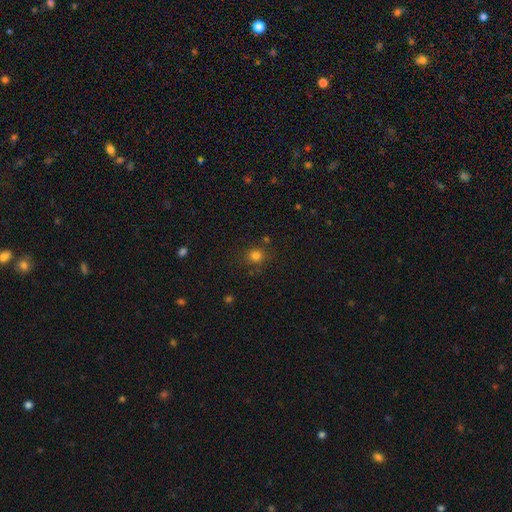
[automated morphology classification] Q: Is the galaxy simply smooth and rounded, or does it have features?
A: smooth — 79%.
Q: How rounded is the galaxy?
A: round — 83%.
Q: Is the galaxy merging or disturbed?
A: none — 78%.